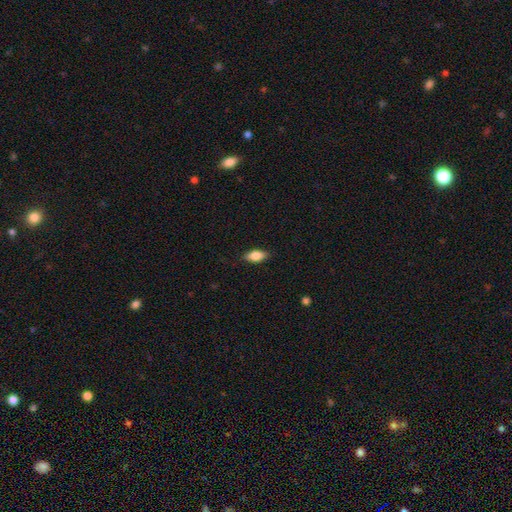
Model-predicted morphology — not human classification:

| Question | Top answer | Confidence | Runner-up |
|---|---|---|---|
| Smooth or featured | smooth | 79% | featured or disk (14%) |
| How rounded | in between | 86% | cigar-shaped (11%) |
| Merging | none | 85% | minor disturbance (12%) |